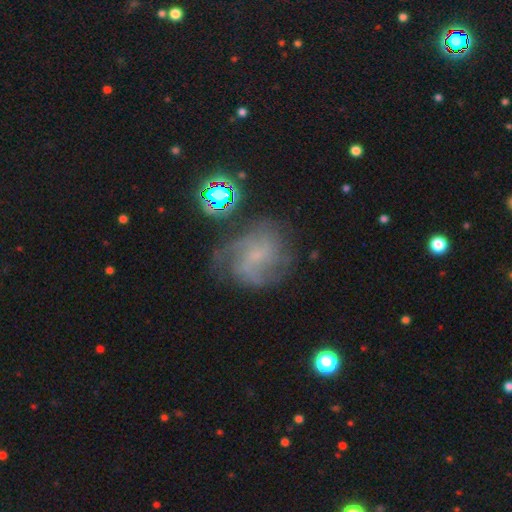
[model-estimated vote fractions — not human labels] smooth-or-featured: featured or disk: 68% | smooth: 18% | star or artifact: 14%
  disk-edge-on: no: 97% | yes: 3%
    bar: no: 49% | weak: 42% | strong: 8%
    has-spiral-arms: yes: 87% | no: 13%
      spiral-winding: medium: 45% | tight: 32% | loose: 23%
      spiral-arm-count: can't tell: 37% | 2: 26% | 3: 19% | 4: 8% | 1: 6% | more than 4: 5%
    bulge-size: small: 51% | none: 33% | moderate: 14% | large: 2% | dominant: 1%
  merging: none: 64% | minor disturbance: 19% | major disturbance: 14% | merger: 3%